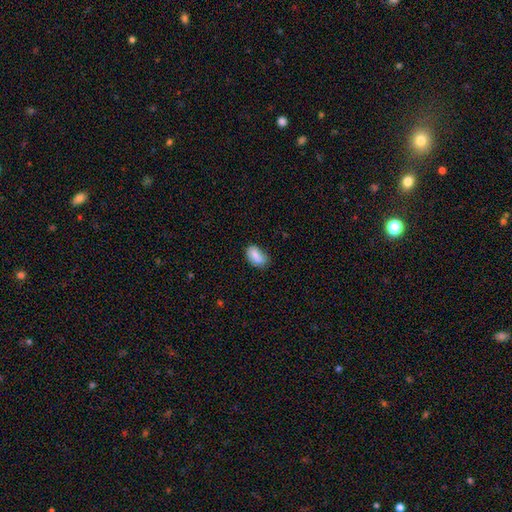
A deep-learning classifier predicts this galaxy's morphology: The model was most divided on "merging": none: 59%, minor disturbance: 31%, major disturbance: 7%, merger: 3%. More confident: how rounded — in between (89%); smooth or featured — smooth (79%).